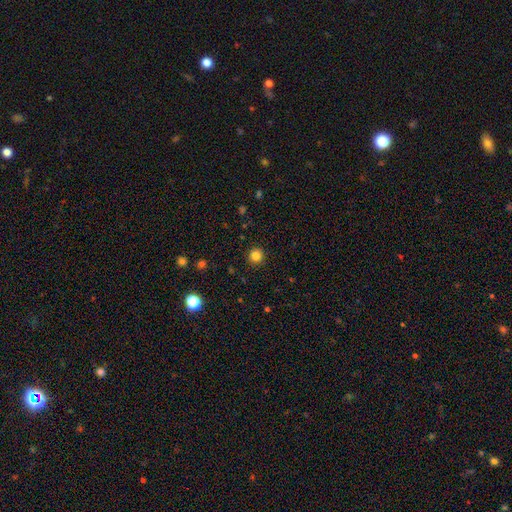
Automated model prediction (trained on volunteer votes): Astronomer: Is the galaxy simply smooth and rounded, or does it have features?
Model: smooth — 83%.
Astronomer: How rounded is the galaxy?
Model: round — 94%.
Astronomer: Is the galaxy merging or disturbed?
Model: none — 92%.